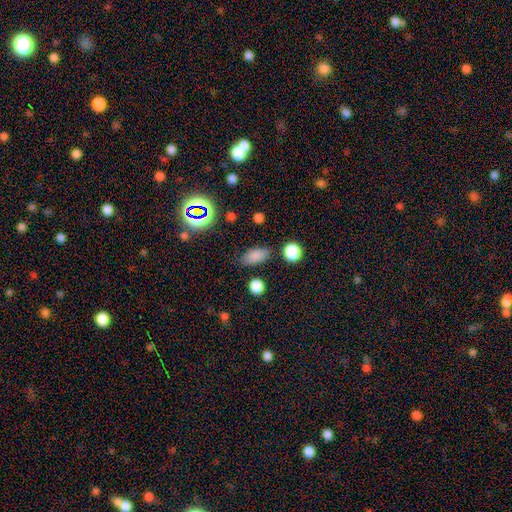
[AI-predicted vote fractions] Smooth or featured? smooth (79%)
How rounded? in between (84%)
Merging? none (78%)